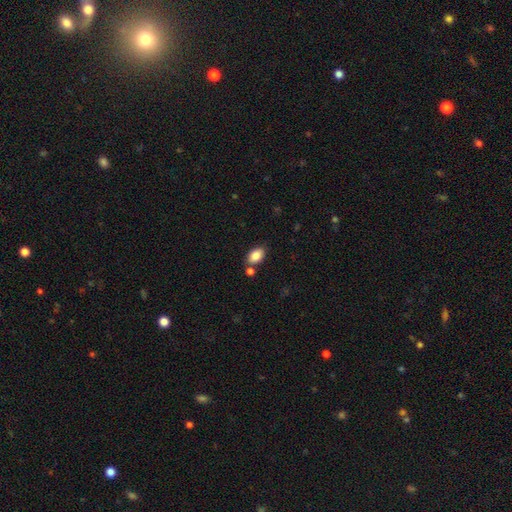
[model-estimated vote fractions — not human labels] Morphology: type=smooth (85%); roundness=in between (89%); merging=none (74%).